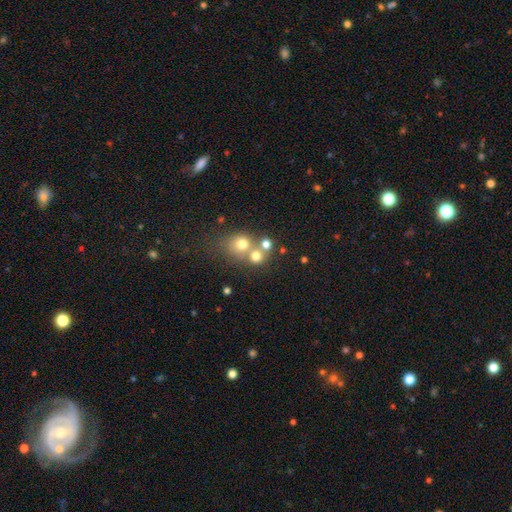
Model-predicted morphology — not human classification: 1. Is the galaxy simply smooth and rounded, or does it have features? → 69% smooth, 16% star or artifact, 14% featured or disk.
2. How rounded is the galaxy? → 80% round, 19% in between, 1% cigar-shaped.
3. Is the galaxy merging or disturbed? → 46% merger, 43% none, 7% minor disturbance, 4% major disturbance.